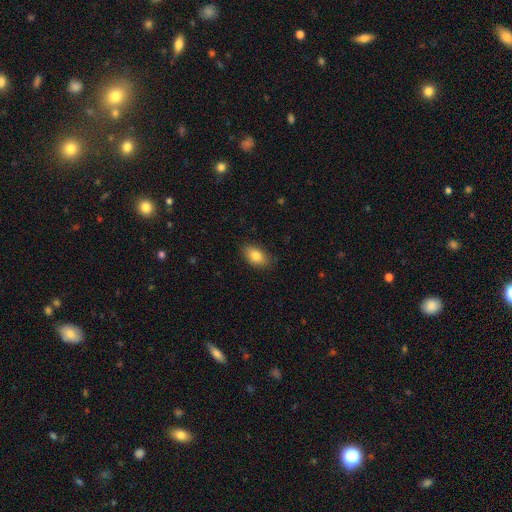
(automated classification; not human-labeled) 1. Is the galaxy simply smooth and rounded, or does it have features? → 83% smooth, 9% featured or disk, 8% star or artifact.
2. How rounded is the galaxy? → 90% in between, 8% round, 2% cigar-shaped.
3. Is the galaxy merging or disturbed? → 84% none, 12% minor disturbance, 2% major disturbance, 1% merger.